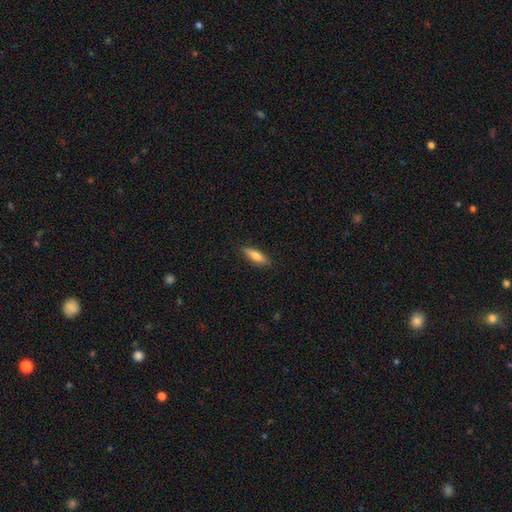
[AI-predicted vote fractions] This appears to be a smooth galaxy with no disk features (75%) that is cigar-shaped (51%). Merging: none (87%).